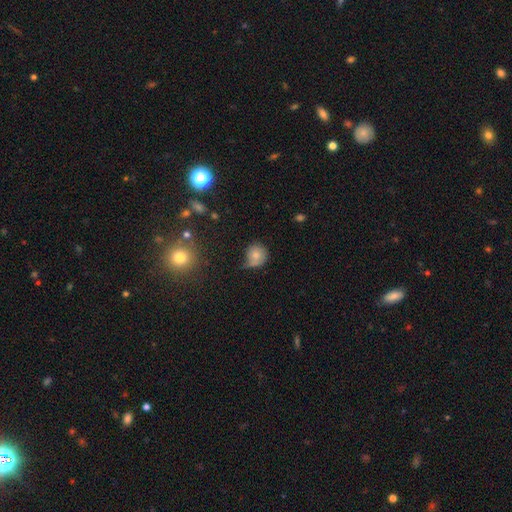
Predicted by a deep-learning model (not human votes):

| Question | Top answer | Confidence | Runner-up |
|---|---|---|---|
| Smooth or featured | smooth | 72% | featured or disk (18%) |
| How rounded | round | 84% | in between (15%) |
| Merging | none | 44% | minor disturbance (36%) |